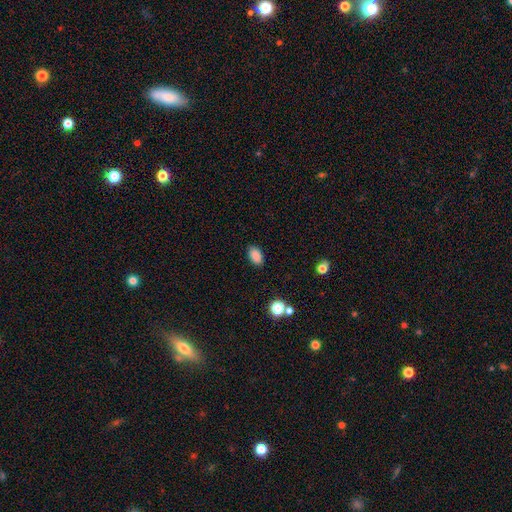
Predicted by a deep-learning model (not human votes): Smooth or featured: smooth — 87% (star or artifact — 10%)
How rounded: in between — 91% (round — 7%)
Merging: none — 88% (minor disturbance — 9%)